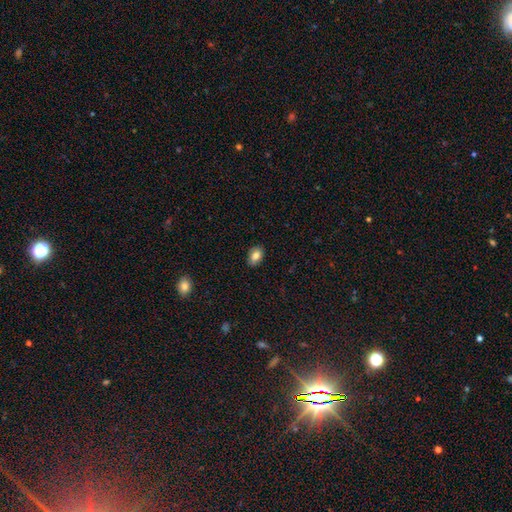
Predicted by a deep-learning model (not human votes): Smooth or featured? Predicted: smooth (p=0.80). How rounded? Predicted: in between (p=0.83). Merging? Predicted: none (p=0.86).